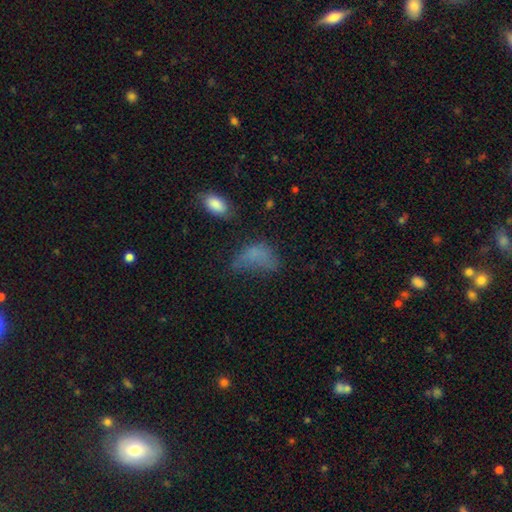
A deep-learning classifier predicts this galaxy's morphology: A smooth galaxy with no disk features (63%) that is in between round and cigar-shaped (85%).

Vote fractions:
- Smooth or featured? smooth: 63% / featured or disk: 20% / star or artifact: 17%
- How rounded? in between: 85% / round: 10% / cigar-shaped: 4%
- Merging? major disturbance: 42% / none: 26% / minor disturbance: 26% / merger: 6%